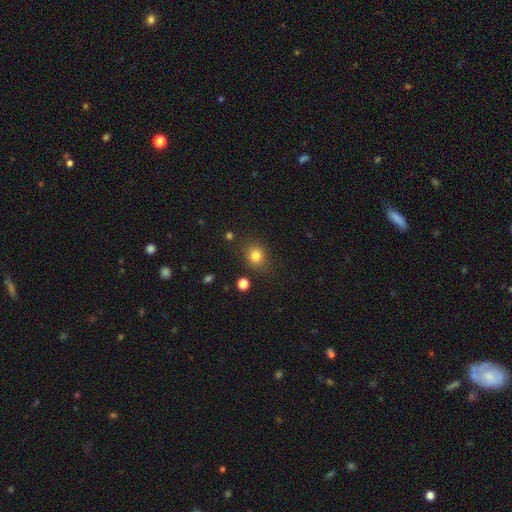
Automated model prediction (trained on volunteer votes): Smooth or featured: smooth — 81% (star or artifact — 13%)
How rounded: round — 65% (in between — 34%)
Merging: none — 82% (minor disturbance — 11%)